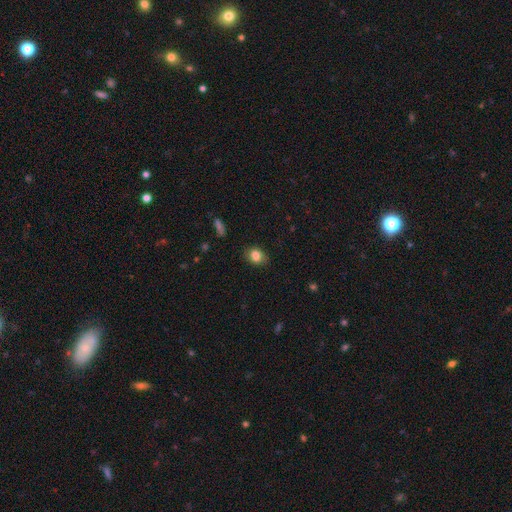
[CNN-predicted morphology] Smooth or featured? Predicted: smooth (p=0.82). How rounded? Predicted: in between (p=0.63). Merging? Predicted: none (p=0.80).